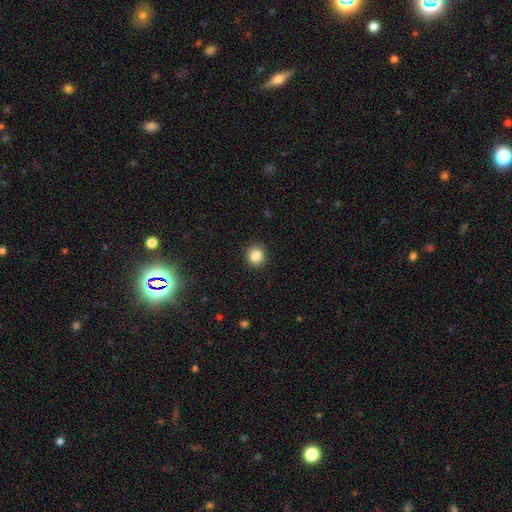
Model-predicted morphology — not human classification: type=smooth (86%); roundness=round (89%); merging=none (92%).